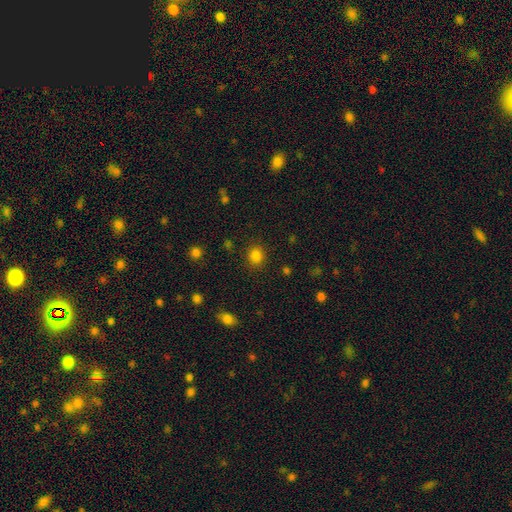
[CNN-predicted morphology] This is clearly a smooth galaxy (83%). How rounded: likely round (75%). Merging: clearly none (88%).